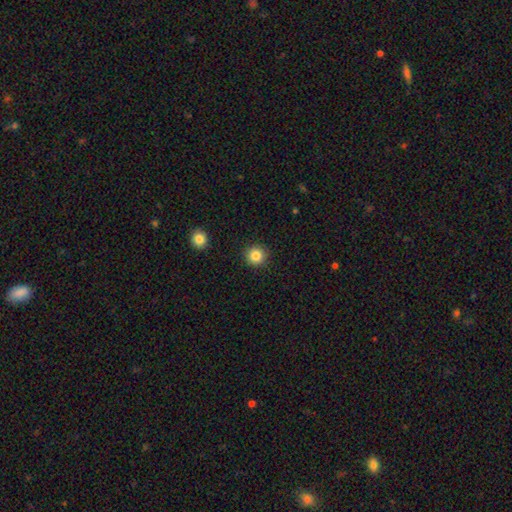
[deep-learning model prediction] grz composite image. It shows a smooth galaxy with no disk features (85%) that is round (94%). Merging: none (91%).